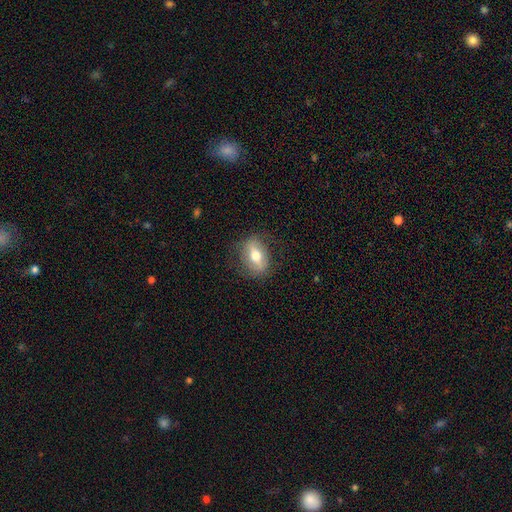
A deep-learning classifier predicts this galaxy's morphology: Smooth or featured?
  - smooth: 50% *
  - featured or disk: 42%
  - star or artifact: 8%
Merging?
  - none: 77% *
  - minor disturbance: 15%
  - major disturbance: 6%
  - merger: 1%